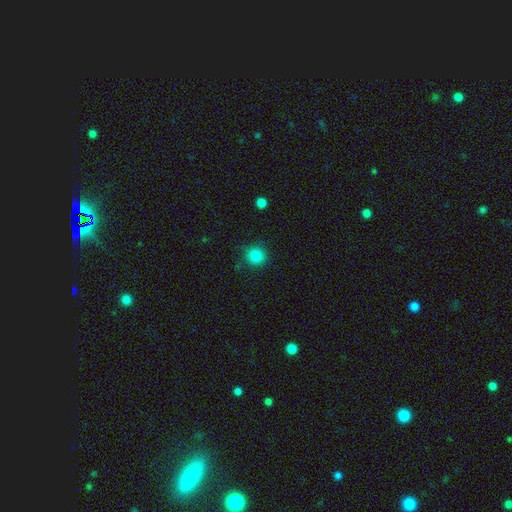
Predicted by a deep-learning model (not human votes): This is clearly a smooth galaxy (84%). How rounded: clearly round (93%). Merging: clearly none (86%).